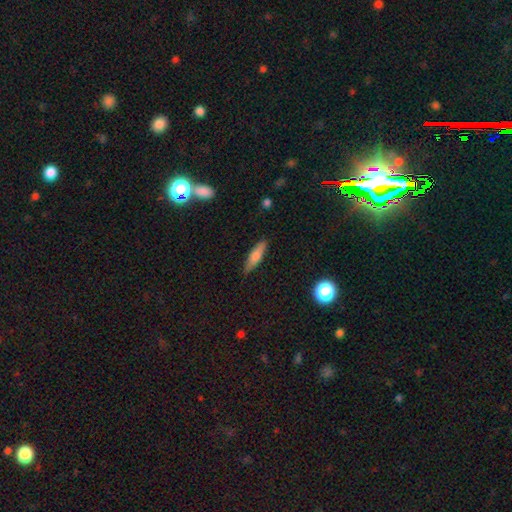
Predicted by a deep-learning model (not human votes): The model was most divided on "how rounded": cigar-shaped: 70%, in between: 28%, round: 2%. More confident: merging — none (85%); smooth or featured — smooth (71%).